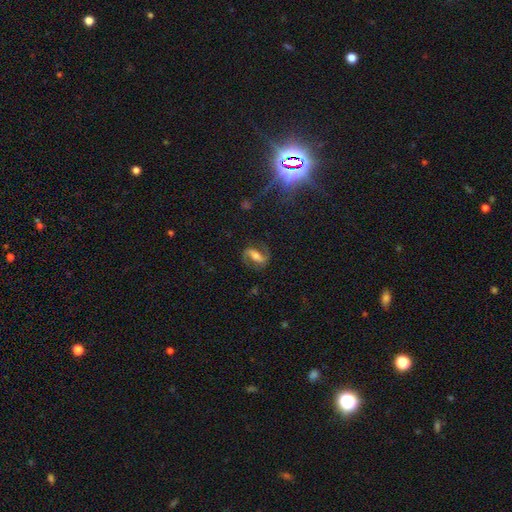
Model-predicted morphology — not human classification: Smooth or featured? featured or disk (71%)
Edge-on disk? no (92%)
Bar? strong (53%)
Spiral arms? yes (90%)
Spiral winding? medium (43%)
Spiral arm count? 2 (90%)
Bulge size? moderate (49%)
Merging? none (74%)